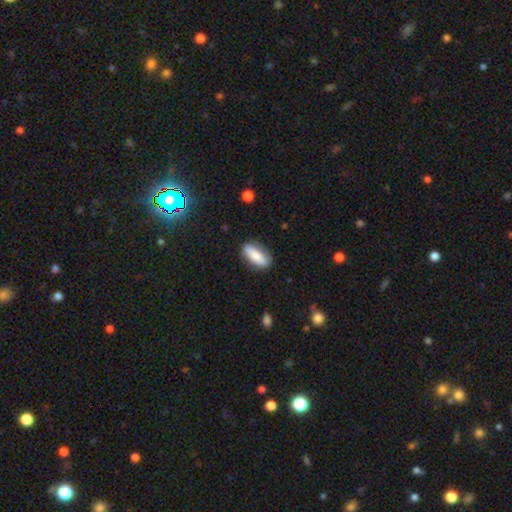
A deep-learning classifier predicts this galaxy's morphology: smooth 71%, featured or disk 23%, star or artifact 6%. Down the decision tree: how rounded — in between (71%); merging — none (83%).